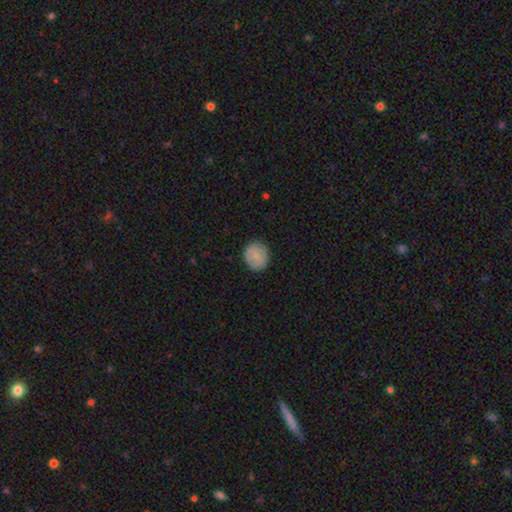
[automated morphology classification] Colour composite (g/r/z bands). It shows a smooth galaxy with no disk features (78%) that is round (81%). Merging: none (87%).